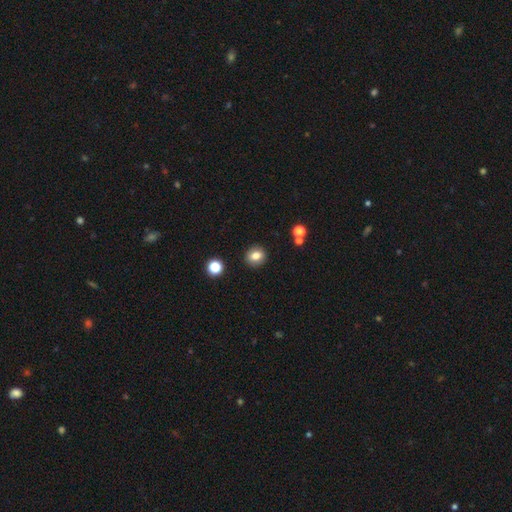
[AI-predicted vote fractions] Smooth or featured: smooth — 80% (star or artifact — 11%)
How rounded: round — 74% (in between — 25%)
Merging: none — 89% (minor disturbance — 7%)